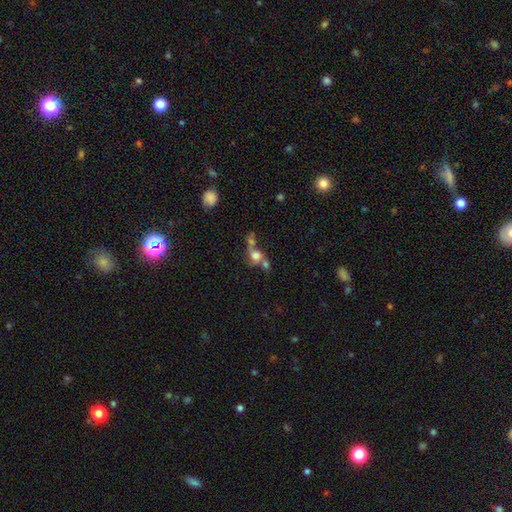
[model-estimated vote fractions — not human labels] smooth-or-featured: smooth: 64% | featured or disk: 22% | star or artifact: 13%
  how-rounded: round: 64% | in between: 33% | cigar-shaped: 3%
  merging: merger: 57% | none: 23% | major disturbance: 11% | minor disturbance: 9%